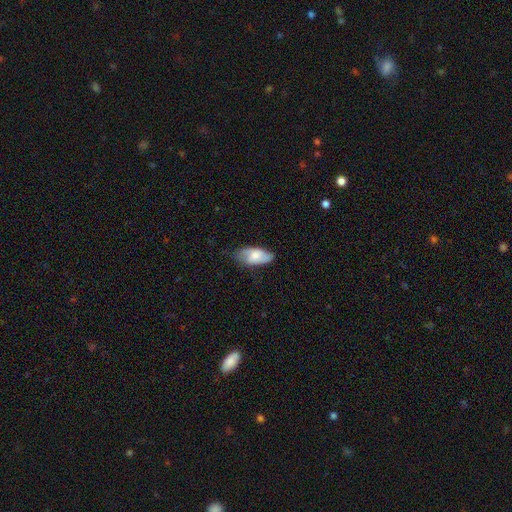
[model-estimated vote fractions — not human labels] This appears to be a smooth galaxy with no disk features (65%) that is in between round and cigar-shaped (89%). Merging: none (65%).